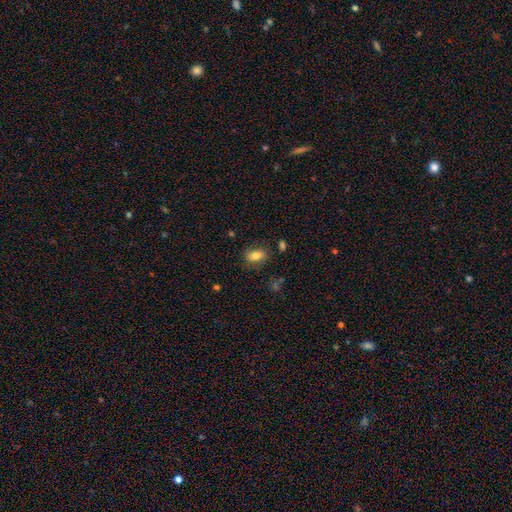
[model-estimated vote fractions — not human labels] Q: Smooth or featured?
A: smooth (77%); runner-up: featured or disk (14%)
Q: How rounded?
A: in between (82%); runner-up: round (15%)
Q: Merging?
A: none (78%); runner-up: minor disturbance (15%)